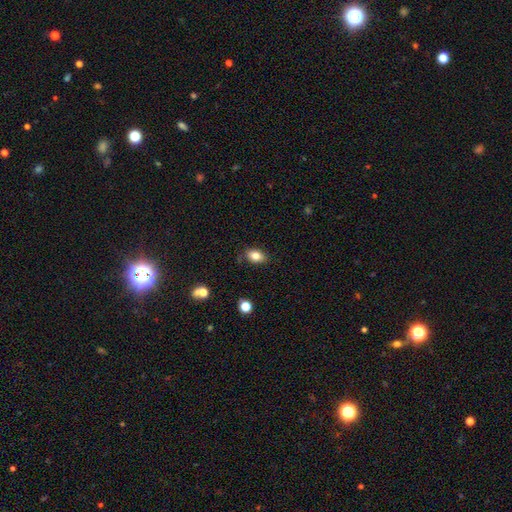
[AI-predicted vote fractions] This is clearly a smooth galaxy (82%). How rounded: clearly in between (84%). Merging: clearly none (82%).